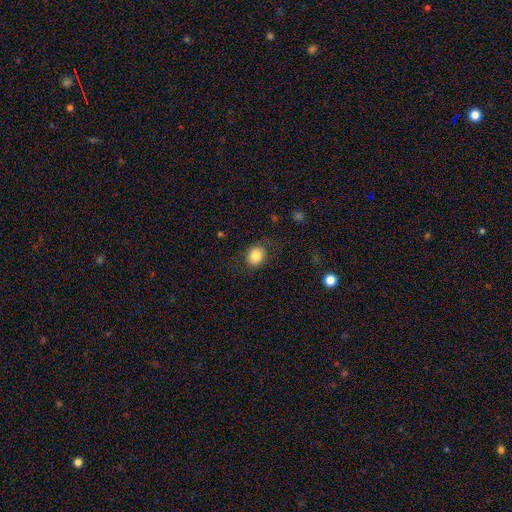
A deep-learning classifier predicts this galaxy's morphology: A smooth galaxy with no disk features (83%) that is round (64%).

Vote fractions:
- Smooth or featured? smooth: 83% / star or artifact: 9% / featured or disk: 8%
- How rounded? round: 64% / in between: 35% / cigar-shaped: 1%
- Merging? none: 79% / minor disturbance: 14% / major disturbance: 6% / merger: 1%